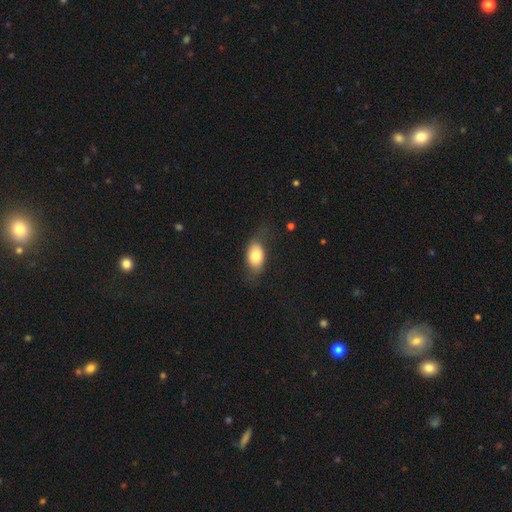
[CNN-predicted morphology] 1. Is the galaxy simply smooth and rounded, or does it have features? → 76% smooth, 17% featured or disk, 7% star or artifact.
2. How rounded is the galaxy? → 86% in between, 12% round, 3% cigar-shaped.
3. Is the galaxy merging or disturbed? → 63% none, 24% minor disturbance, 12% major disturbance, 1% merger.